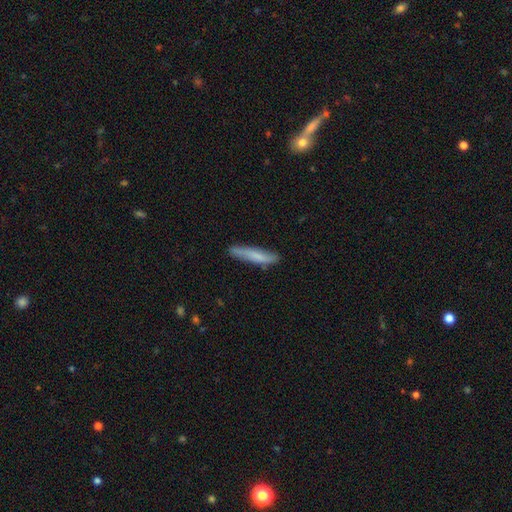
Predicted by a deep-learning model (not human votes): Morphology: type=smooth (71%); roundness=cigar-shaped (89%); merging=none (82%).